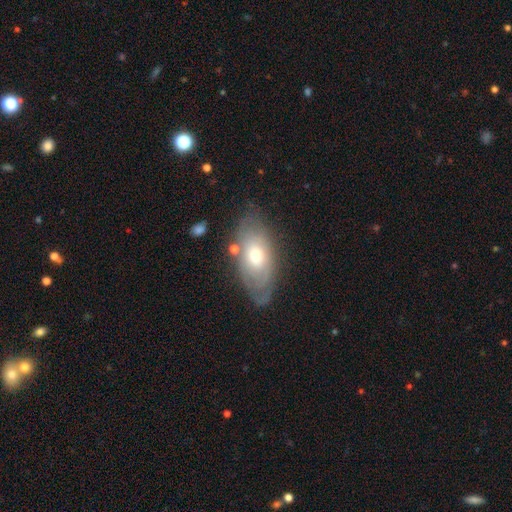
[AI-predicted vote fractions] smooth_or_featured: featured or disk (p=0.49) [alt: smooth p=0.44]
merging: none (p=0.68) [alt: minor disturbance p=0.20]